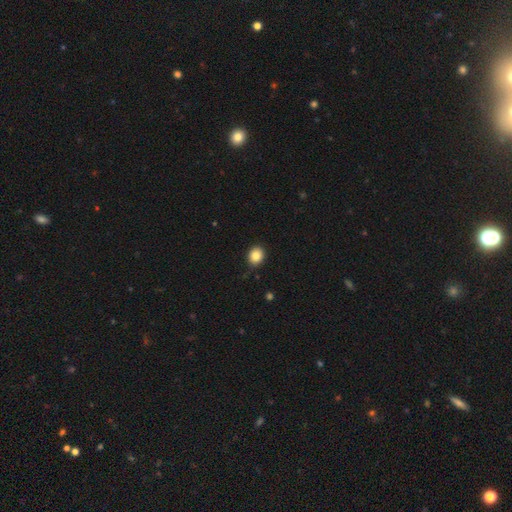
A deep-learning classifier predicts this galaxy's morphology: Q: Smooth or featured?
A: smooth (84%); runner-up: star or artifact (10%)
Q: How rounded?
A: round (68%); runner-up: in between (31%)
Q: Merging?
A: none (89%); runner-up: minor disturbance (8%)